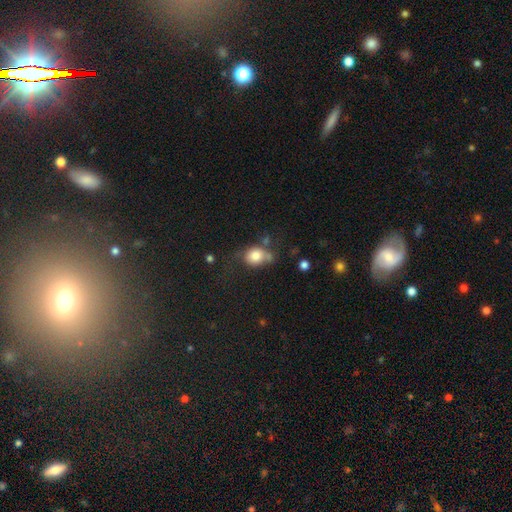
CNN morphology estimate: Smooth or featured? Predicted: smooth (p=0.78). How rounded? Predicted: round (p=0.57). Merging? Predicted: none (p=0.43).